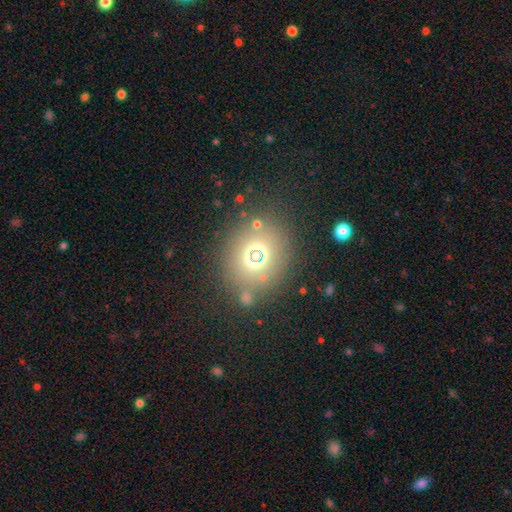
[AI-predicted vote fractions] Q: Smooth or featured?
A: smooth (57%); runner-up: star or artifact (31%)
Q: How rounded?
A: round (84%); runner-up: in between (15%)
Q: Merging?
A: none (77%); runner-up: minor disturbance (10%)